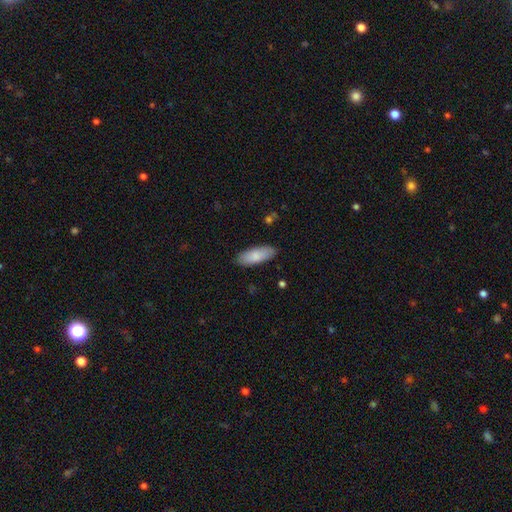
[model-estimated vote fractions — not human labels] smooth 83%, featured or disk 11%, star or artifact 5%. Down the decision tree: how rounded — in between (74%); merging — none (87%).